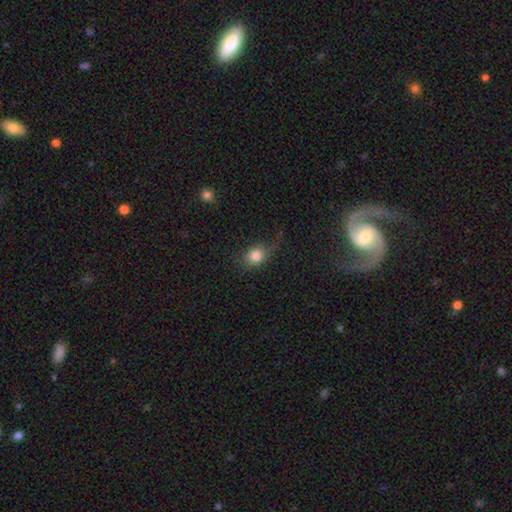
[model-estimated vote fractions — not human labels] smooth_or_featured: smooth (p=0.82) [alt: star or artifact p=0.10]
how_rounded: in between (p=0.51) [alt: round p=0.47]
merging: none (p=0.67) [alt: minor disturbance p=0.22]